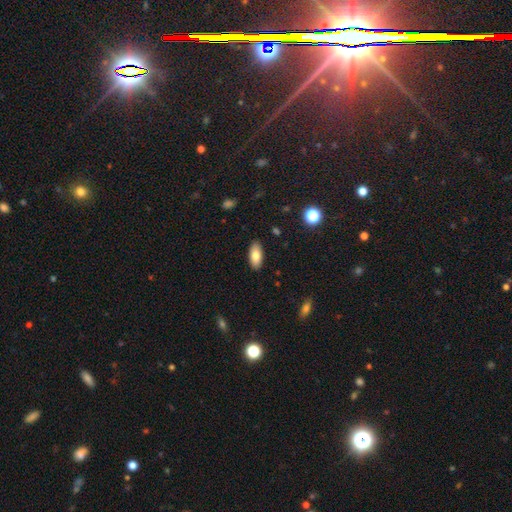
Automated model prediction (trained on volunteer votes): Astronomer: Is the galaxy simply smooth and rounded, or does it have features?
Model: smooth — 80%.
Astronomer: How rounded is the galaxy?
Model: in between — 88%.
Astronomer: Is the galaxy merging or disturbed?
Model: none — 89%.